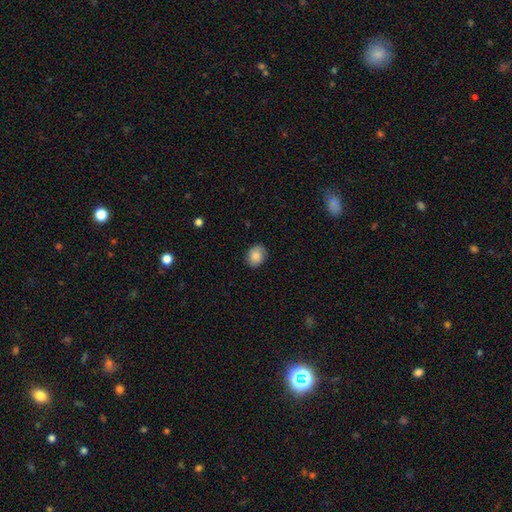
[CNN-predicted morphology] A smooth galaxy with no disk features (85%) that is round (53%). Merging: none (84%).